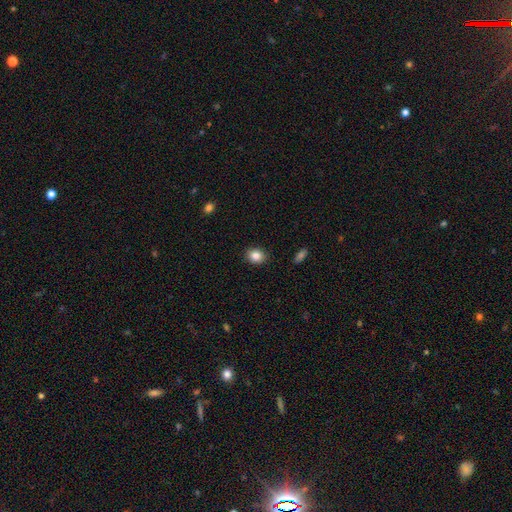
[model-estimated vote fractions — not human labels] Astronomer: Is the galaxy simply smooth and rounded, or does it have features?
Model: smooth — 85%.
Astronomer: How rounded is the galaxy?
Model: round — 53% (runner-up: in between, 46%).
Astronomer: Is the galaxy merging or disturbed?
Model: none — 88%.